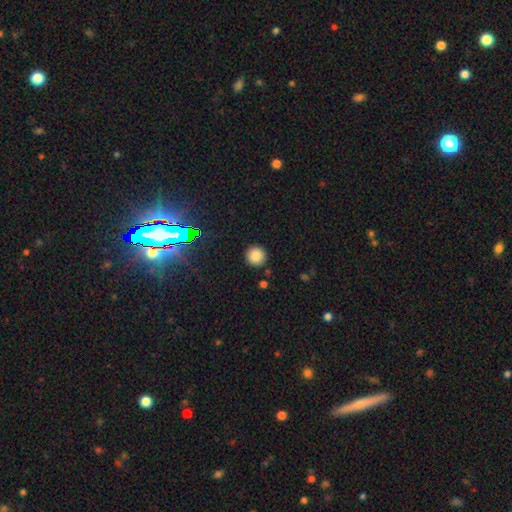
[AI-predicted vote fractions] A smooth galaxy with no disk features (82%) that is round (95%). Merging: none (91%).